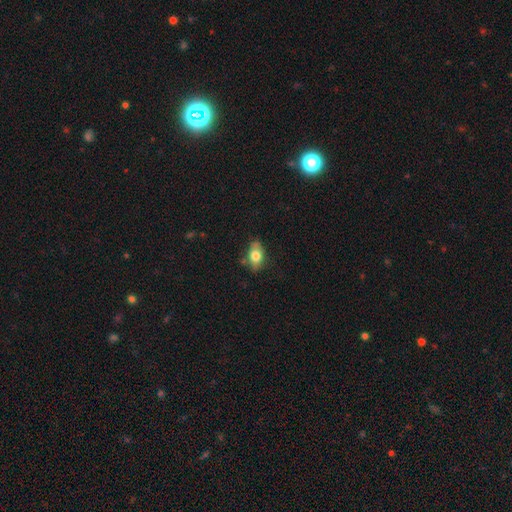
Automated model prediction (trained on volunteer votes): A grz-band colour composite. It shows a smooth galaxy with no disk features (75%) that is in between round and cigar-shaped (86%). Merging: none (70%).